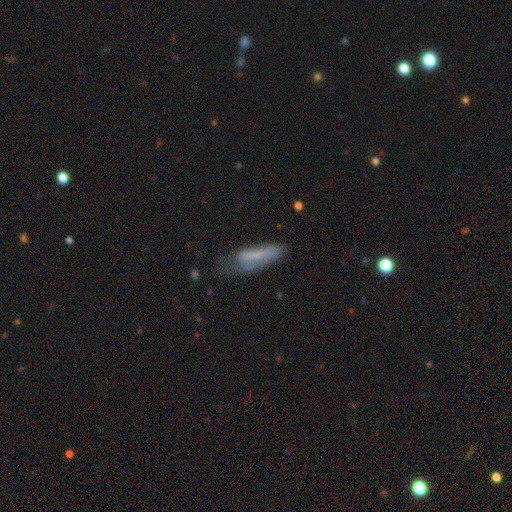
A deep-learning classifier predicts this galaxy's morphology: Smooth or featured? smooth (54%)
How rounded? cigar-shaped (64%)
Merging? none (40%)